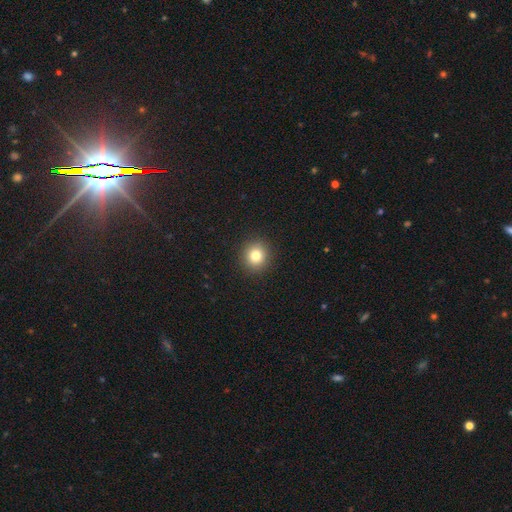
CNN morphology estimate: smooth-or-featured: smooth: 80% | star or artifact: 12% | featured or disk: 8%
  how-rounded: round: 90% | in between: 9% | cigar-shaped: 1%
  merging: none: 92% | minor disturbance: 5% | major disturbance: 2% | merger: 1%